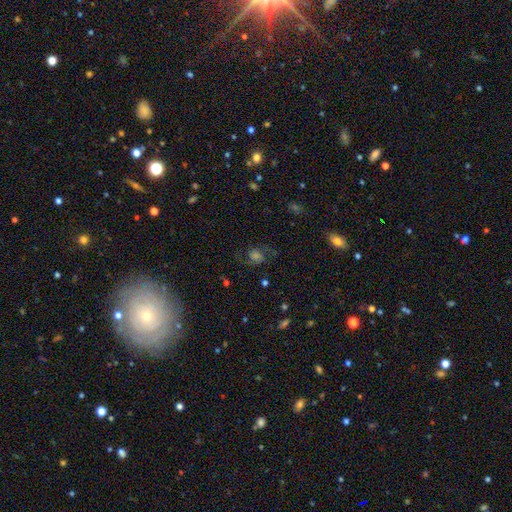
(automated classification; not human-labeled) Smooth or featured?
  - featured or disk: 44% *
  - smooth: 29%
  - star or artifact: 27%
Merging?
  - none: 68% *
  - minor disturbance: 16%
  - major disturbance: 14%
  - merger: 2%